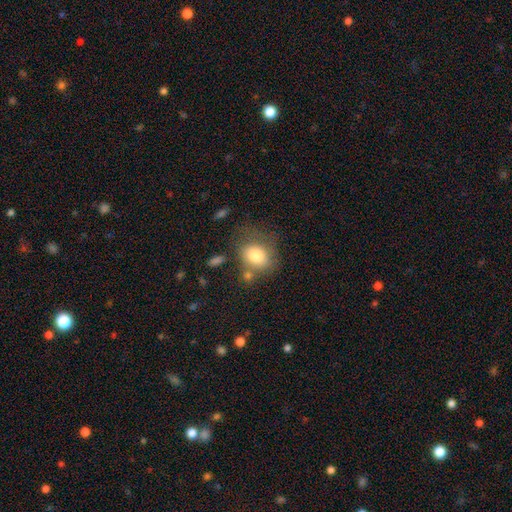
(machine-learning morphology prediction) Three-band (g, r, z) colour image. It shows a smooth galaxy with no disk features (79%) that is round (50%). Merging: none (51%).